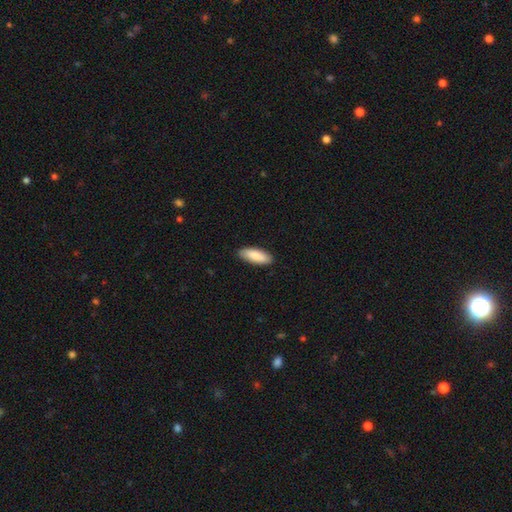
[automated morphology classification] smooth 86%, featured or disk 9%, star or artifact 5%. Down the decision tree: how rounded — in between (71%); merging — none (89%).